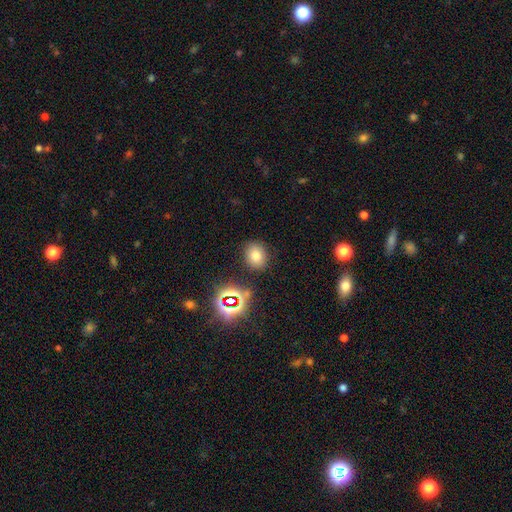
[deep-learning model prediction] Smooth or featured? smooth (72%)
How rounded? round (59%)
Merging? none (85%)